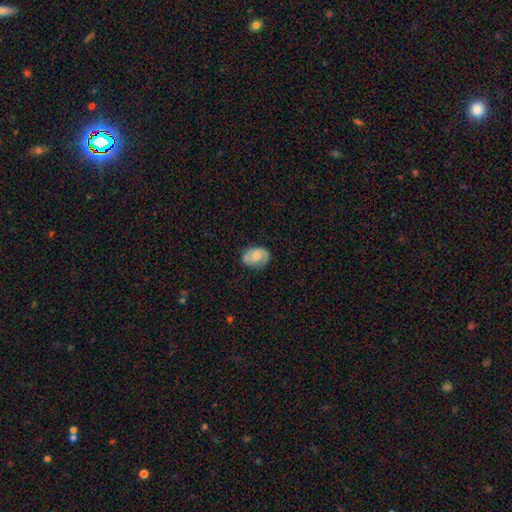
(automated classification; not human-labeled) Overall: smooth (53%; featured or disk 40%). How rounded: in between (70%). Merging: none (73%).